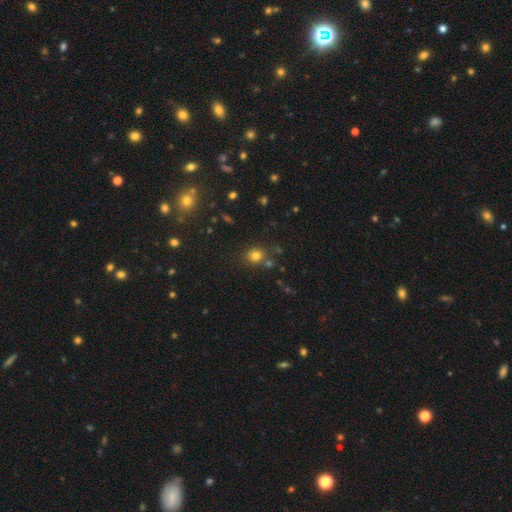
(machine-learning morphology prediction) type=smooth (76%); roundness=round (78%); merging=none (75%).